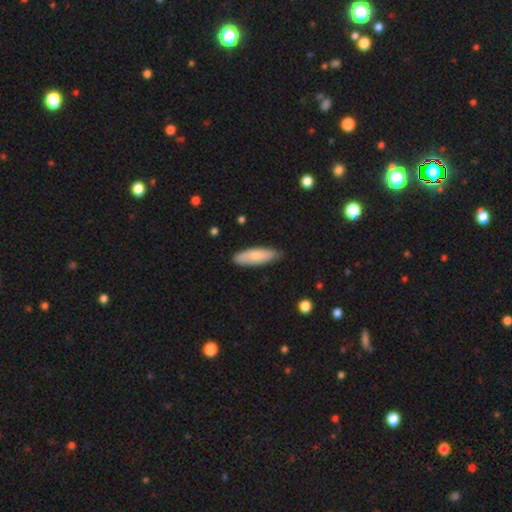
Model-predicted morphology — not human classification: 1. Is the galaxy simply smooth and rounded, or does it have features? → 76% smooth, 18% featured or disk, 5% star or artifact.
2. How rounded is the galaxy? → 50% cigar-shaped, 48% in between, 2% round.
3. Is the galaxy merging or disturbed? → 79% none, 17% minor disturbance, 2% major disturbance, 1% merger.